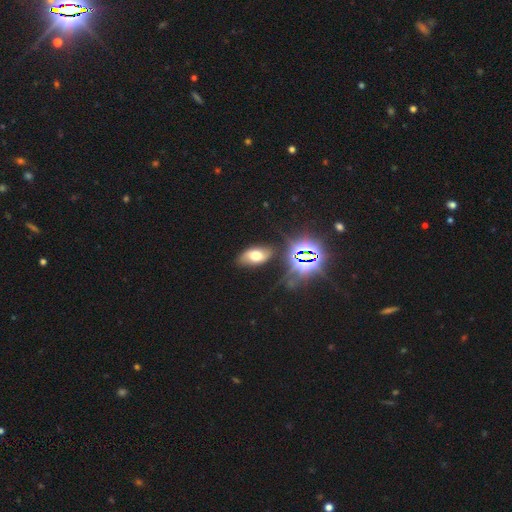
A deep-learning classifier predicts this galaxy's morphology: The model was most divided on "smooth or featured": smooth: 51%, featured or disk: 27%, star or artifact: 22%. More confident: how rounded — in between (90%); merging — none (75%).